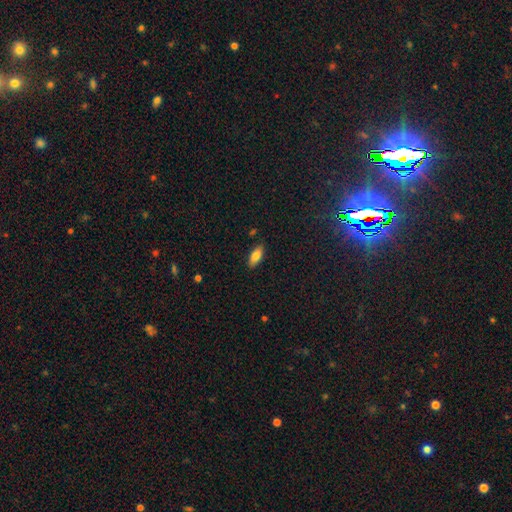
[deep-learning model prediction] smooth-or-featured: smooth: 80% | featured or disk: 13% | star or artifact: 7%
  how-rounded: in between: 82% | cigar-shaped: 16% | round: 2%
  merging: none: 85% | minor disturbance: 11% | major disturbance: 2% | merger: 2%